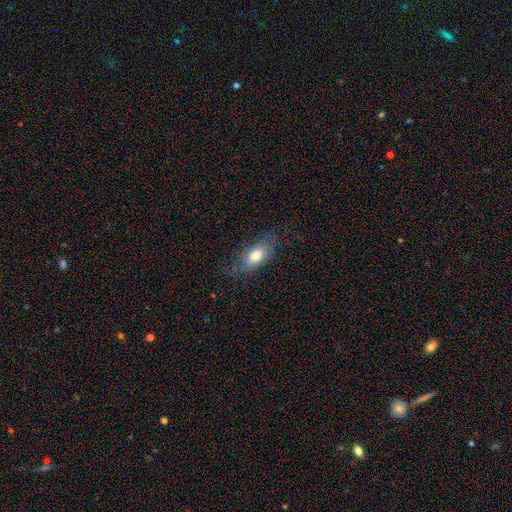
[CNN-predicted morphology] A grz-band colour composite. It shows a smooth galaxy with no disk features (69%) that is in between round and cigar-shaped (85%). Merging: none (63%).